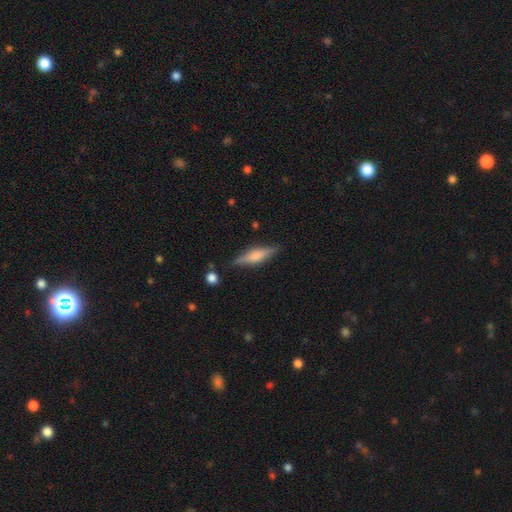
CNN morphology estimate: smooth-or-featured: smooth: 48% | featured or disk: 45% | star or artifact: 7%
  merging: none: 83% | minor disturbance: 12% | major disturbance: 3% | merger: 2%